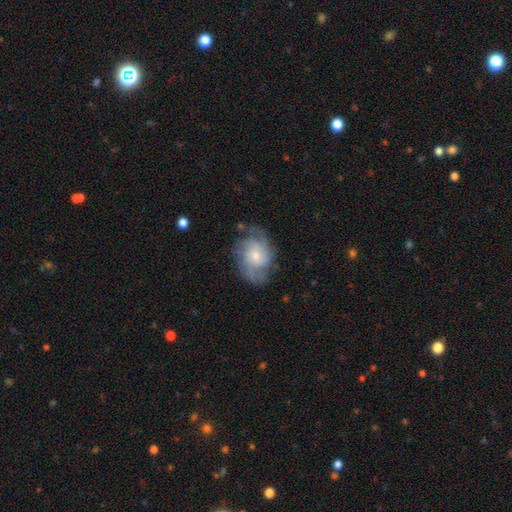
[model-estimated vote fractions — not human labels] The model was most divided on "spiral arm count": can't tell: 30%, 2: 29%, 3: 23%, 4: 9%, 1: 5%, more than 4: 5%. Remaining: edge-on disk — no (97%); spiral arms — yes (90%); smooth or featured — featured or disk (69%); bar — no (69%); merging — none (64%); bulge size — small (54%); spiral winding — medium (45%).